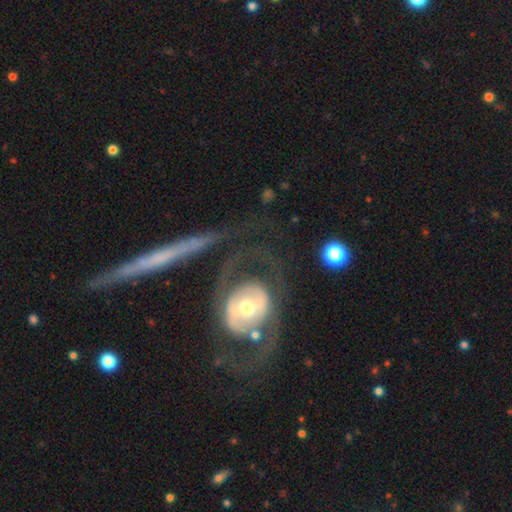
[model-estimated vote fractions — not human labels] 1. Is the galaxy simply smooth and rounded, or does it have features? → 75% featured or disk, 17% smooth, 9% star or artifact.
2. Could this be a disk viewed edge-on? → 83% no, 17% yes.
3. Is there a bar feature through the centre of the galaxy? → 64% no, 22% weak, 14% strong.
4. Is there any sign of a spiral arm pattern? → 62% yes, 38% no.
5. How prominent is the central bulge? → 51% moderate, 36% small, 8% large, 3% none, 2% dominant.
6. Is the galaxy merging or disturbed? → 58% none, 16% minor disturbance, 16% major disturbance, 10% merger.